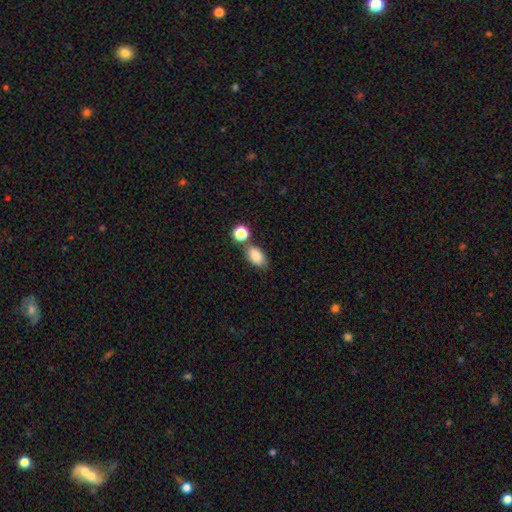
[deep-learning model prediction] Smooth or featured: smooth — 83% (star or artifact — 10%)
How rounded: in between — 87% (round — 12%)
Merging: none — 63% (merger — 17%)